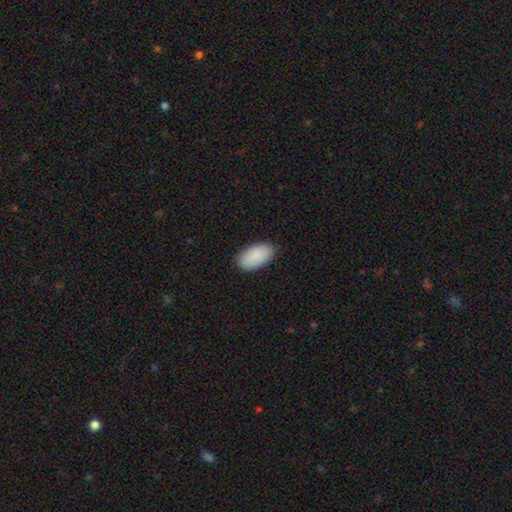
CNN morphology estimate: Overall: smooth (89%). How rounded: in between (95%). Merging: none (86%).